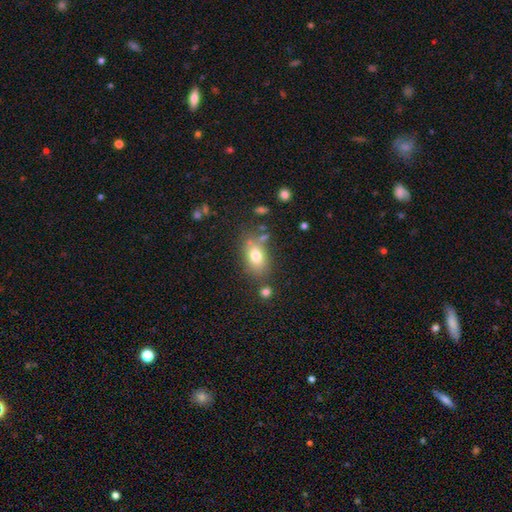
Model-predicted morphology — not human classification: Smooth or featured?
  - smooth: 76% *
  - featured or disk: 15%
  - star or artifact: 10%
How rounded?
  - in between: 82% *
  - round: 15%
  - cigar-shaped: 3%
Merging?
  - none: 69% *
  - minor disturbance: 16%
  - merger: 9%
  - major disturbance: 6%